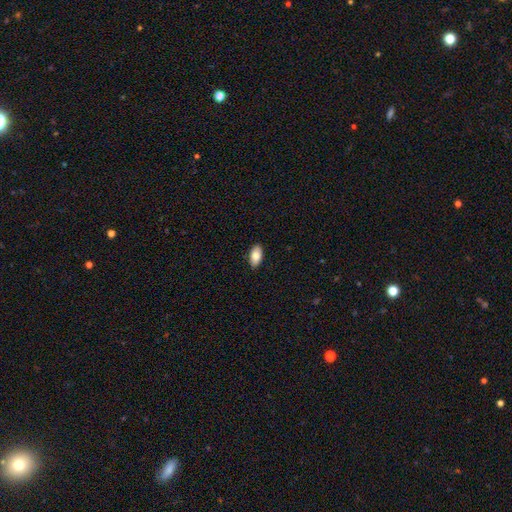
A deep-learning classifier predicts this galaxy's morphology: A smooth galaxy with no disk features (82%) that is in between round and cigar-shaped (93%). Merging: none (89%).